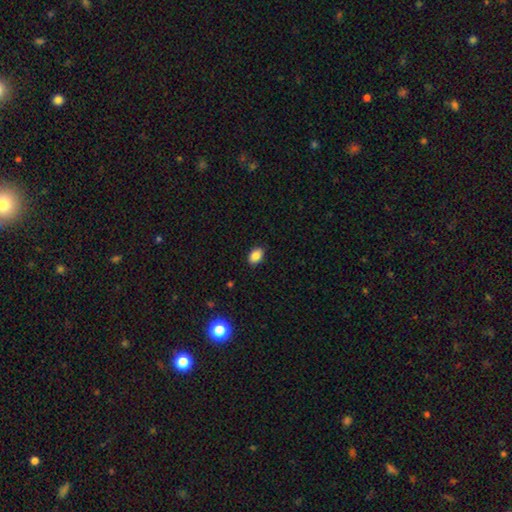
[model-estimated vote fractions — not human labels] smooth-or-featured: smooth: 86% | star or artifact: 9% | featured or disk: 5%
  how-rounded: in between: 79% | round: 19% | cigar-shaped: 1%
  merging: none: 88% | minor disturbance: 9% | major disturbance: 2% | merger: 1%